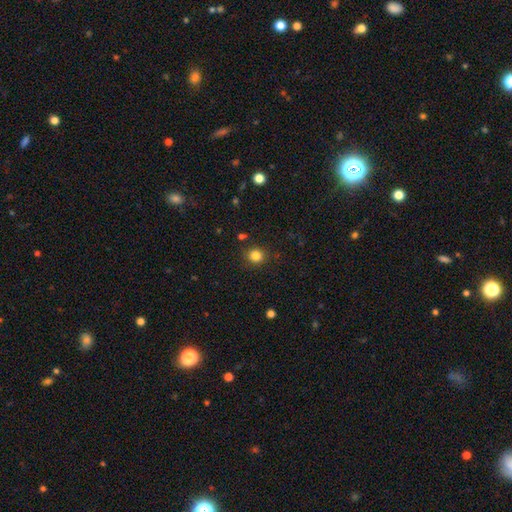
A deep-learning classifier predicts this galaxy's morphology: Overall: smooth (83%). How rounded: round (89%). Merging: none (88%).